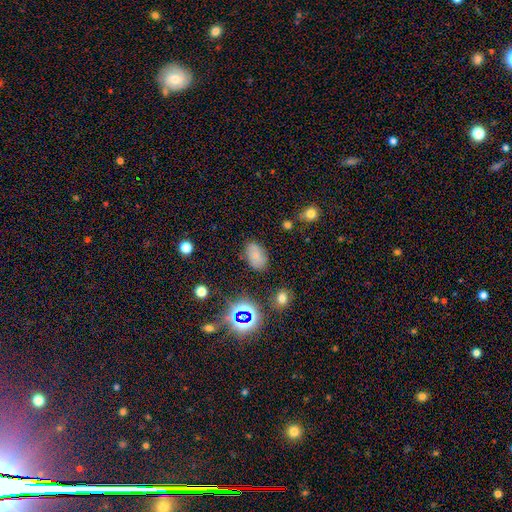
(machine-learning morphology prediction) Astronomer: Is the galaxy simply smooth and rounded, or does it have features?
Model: smooth — 70%.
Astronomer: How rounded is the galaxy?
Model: in between — 89%.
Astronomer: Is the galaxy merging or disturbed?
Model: none — 77%.